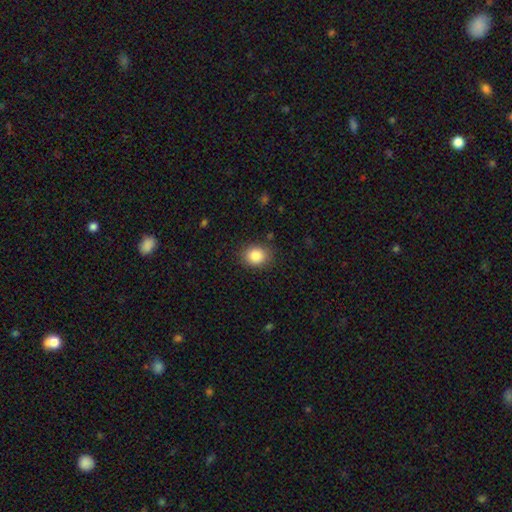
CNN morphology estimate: type=smooth (85%); roundness=round (60%); merging=none (86%).